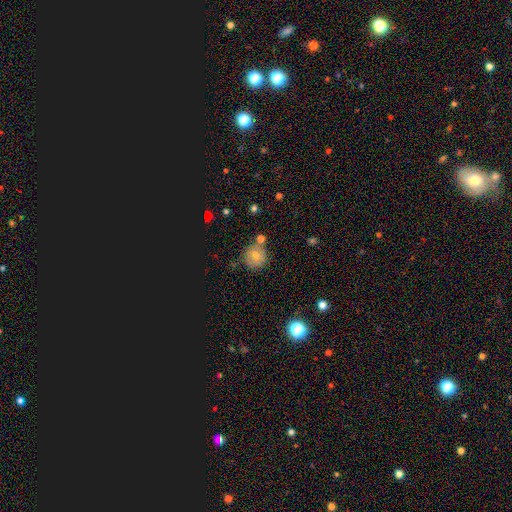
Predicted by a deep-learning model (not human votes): Smooth or featured? Predicted: smooth (p=0.63). How rounded? Predicted: round (p=0.85). Merging? Predicted: none (p=0.68).